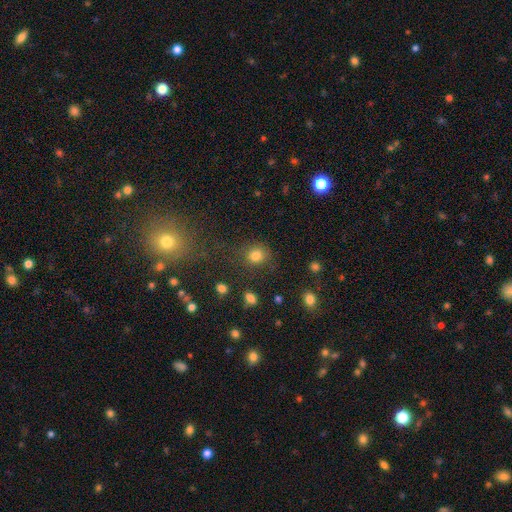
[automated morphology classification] type=smooth (80%); roundness=round (78%); merging=none (74%).